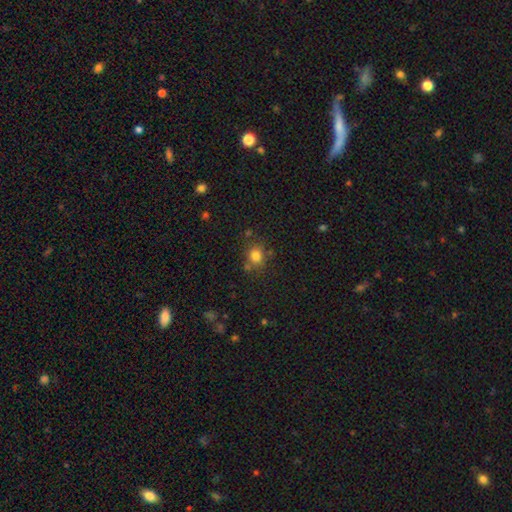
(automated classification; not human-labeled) Smooth or featured? Predicted: smooth (p=0.80). How rounded? Predicted: round (p=0.73). Merging? Predicted: none (p=0.73).